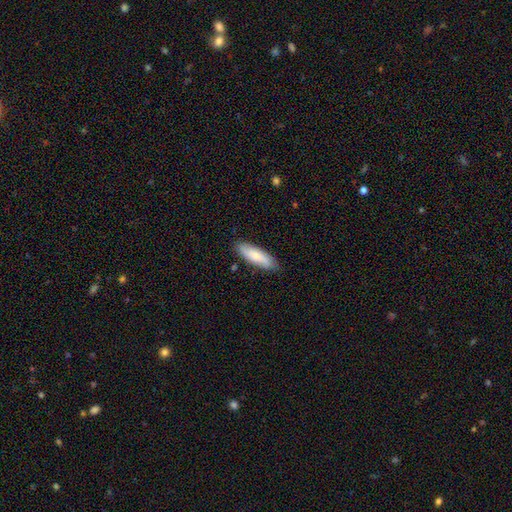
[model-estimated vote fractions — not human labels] Smooth or featured? Predicted: smooth (p=0.70). How rounded? Predicted: in between (p=0.50). Merging? Predicted: none (p=0.84).